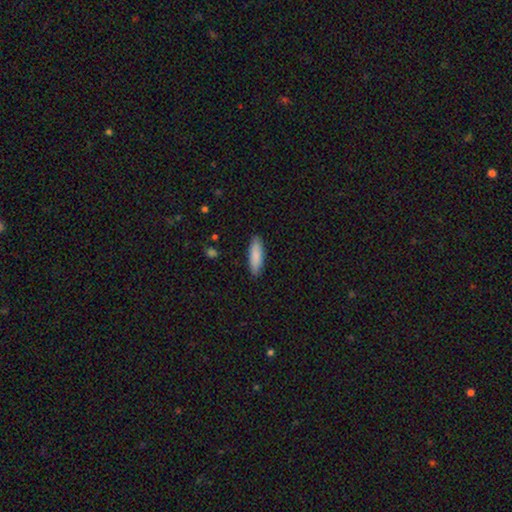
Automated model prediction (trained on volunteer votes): Morphology: type=smooth (88%); roundness=cigar-shaped (54%); merging=none (89%).